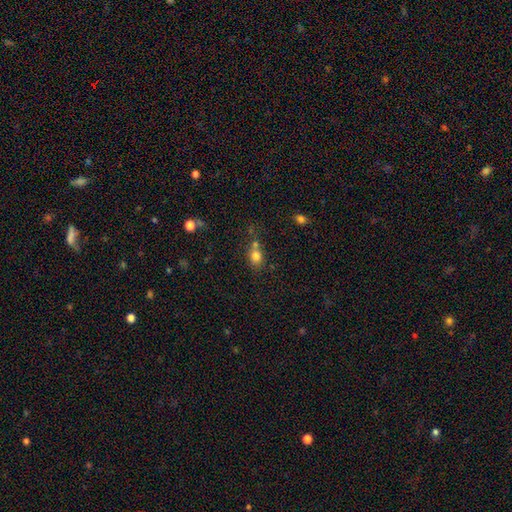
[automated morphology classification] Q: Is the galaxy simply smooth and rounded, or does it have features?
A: smooth — 79%.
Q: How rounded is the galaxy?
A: round — 53%.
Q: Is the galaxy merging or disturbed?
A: none — 49%.